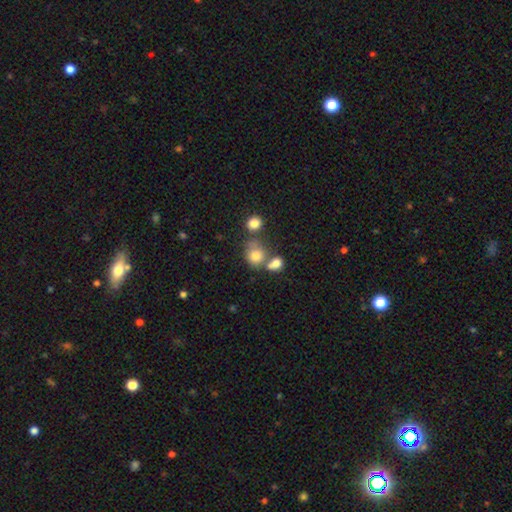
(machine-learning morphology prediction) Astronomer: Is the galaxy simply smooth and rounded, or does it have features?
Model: smooth — 78%.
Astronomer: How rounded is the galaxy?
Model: round — 67%.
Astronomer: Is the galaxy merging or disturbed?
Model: none — 43% (runner-up: merger, 37%).